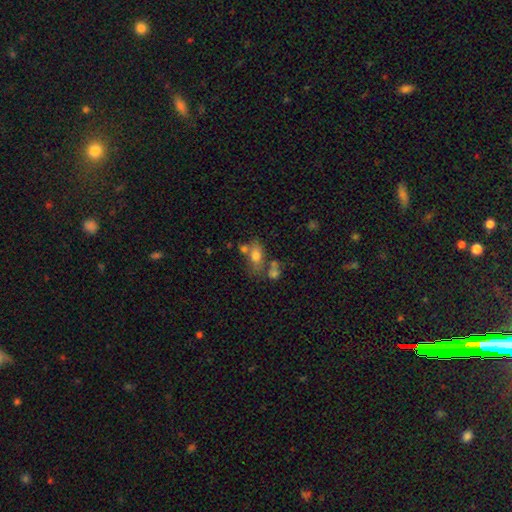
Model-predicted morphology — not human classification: This is likely a smooth galaxy (70%). How rounded: likely in between (79%). Merging: marginally none (44%).